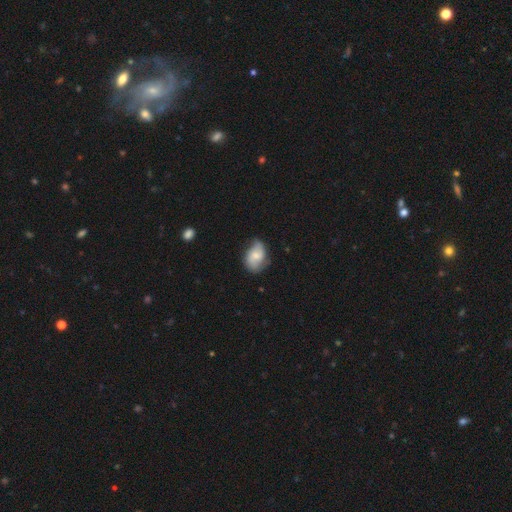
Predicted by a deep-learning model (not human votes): smooth_or_featured: featured or disk (p=0.50) [alt: smooth p=0.43]
disk_edge_on: no (p=0.96) [alt: yes p=0.04]
merging: none (p=0.58) [alt: minor disturbance p=0.31]